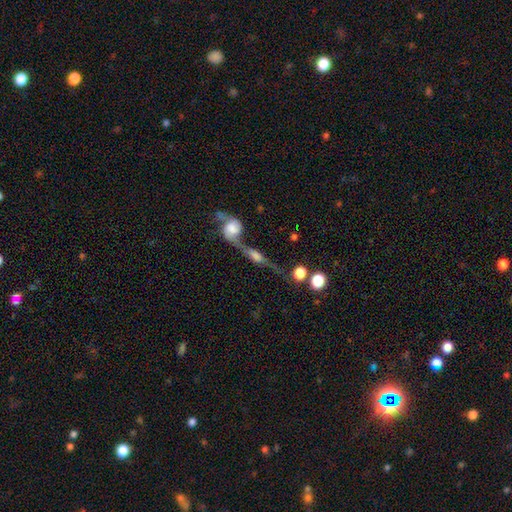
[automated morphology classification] This appears to be a featured or disk galaxy (66%). Merging: merger (52%).